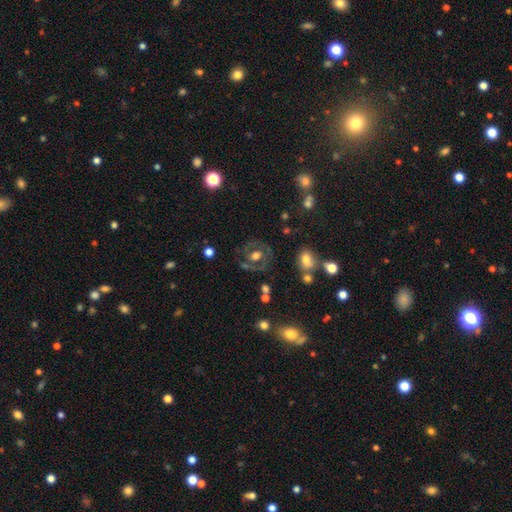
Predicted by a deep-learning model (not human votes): Smooth or featured? Predicted: featured or disk (p=0.50). Edge-on disk? Predicted: no (p=0.95). Merging? Predicted: none (p=0.69).